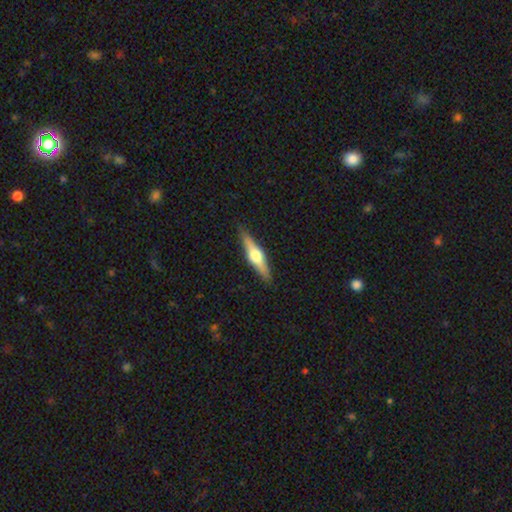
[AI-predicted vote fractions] Smooth or featured? featured or disk (65%)
Edge-on disk? yes (97%)
Edge-on bulge? rounded (94%)
Merging? none (90%)